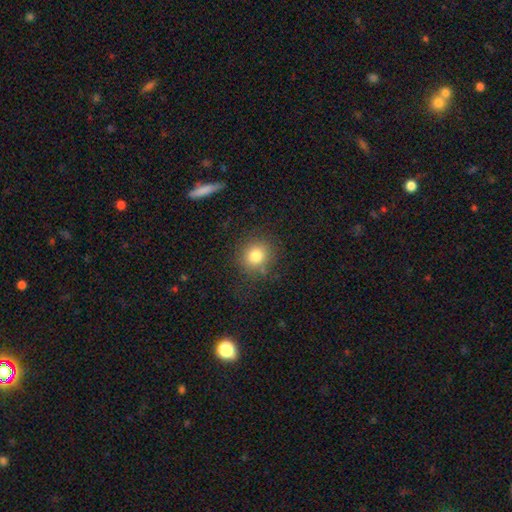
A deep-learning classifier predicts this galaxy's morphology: A smooth galaxy with no disk features (81%) that is round (86%). Merging: none (82%).